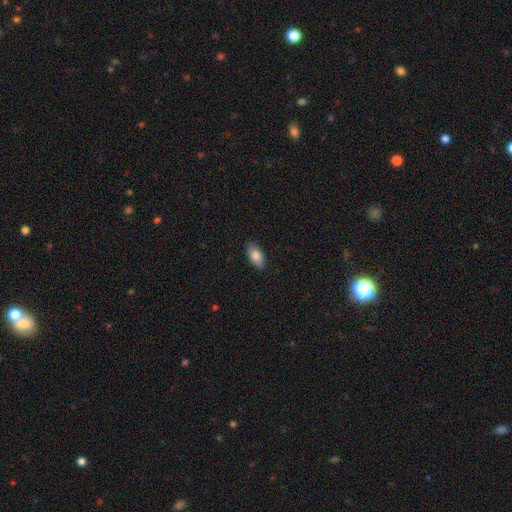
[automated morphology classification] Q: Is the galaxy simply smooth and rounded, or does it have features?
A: smooth — 86%.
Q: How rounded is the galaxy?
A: in between — 93%.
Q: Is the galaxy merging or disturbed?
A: none — 88%.